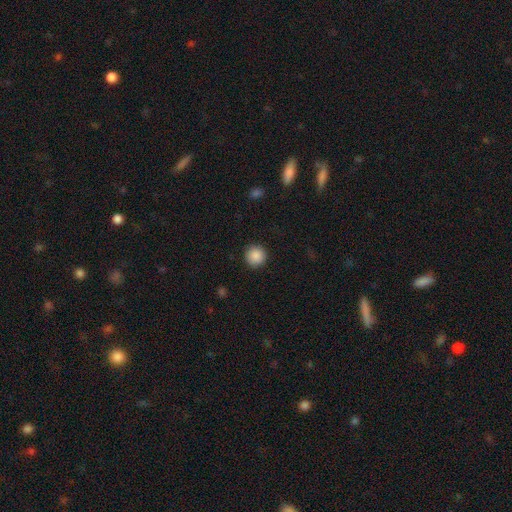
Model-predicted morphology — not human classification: Overall: smooth (89%). How rounded: round (95%). Merging: none (91%).